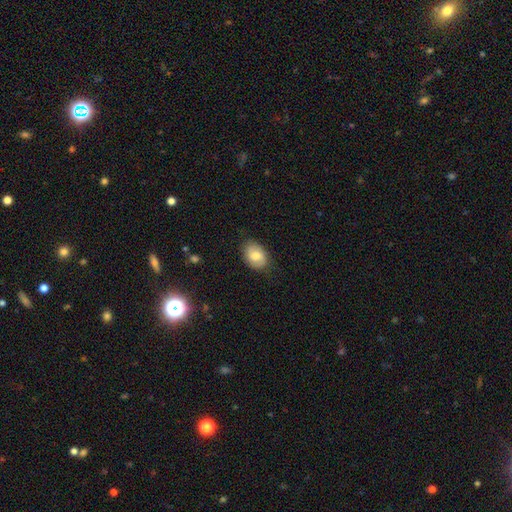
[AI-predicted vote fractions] Smooth or featured? Predicted: smooth (p=0.74). How rounded? Predicted: in between (p=0.79). Merging? Predicted: none (p=0.79).